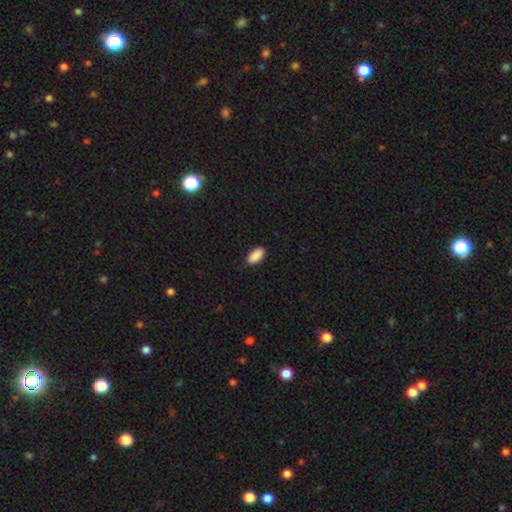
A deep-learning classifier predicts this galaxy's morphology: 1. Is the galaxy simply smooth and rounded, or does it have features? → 90% smooth, 7% star or artifact, 3% featured or disk.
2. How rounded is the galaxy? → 93% in between, 4% cigar-shaped, 2% round.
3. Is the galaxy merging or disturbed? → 86% none, 11% minor disturbance, 2% major disturbance, 1% merger.